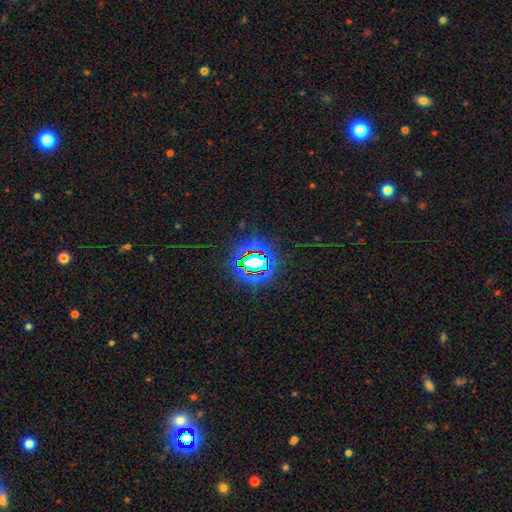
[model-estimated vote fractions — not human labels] A star or artifact, not a galaxy (75%).

Vote fractions:
- Smooth or featured? star or artifact: 75% / smooth: 15% / featured or disk: 10%